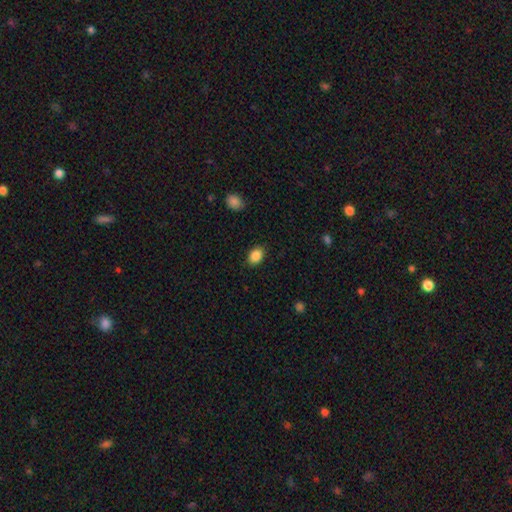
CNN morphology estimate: The model was most divided on "how rounded": in between: 76%, round: 23%, cigar-shaped: 1%. More confident: smooth or featured — smooth (87%); merging — none (86%).